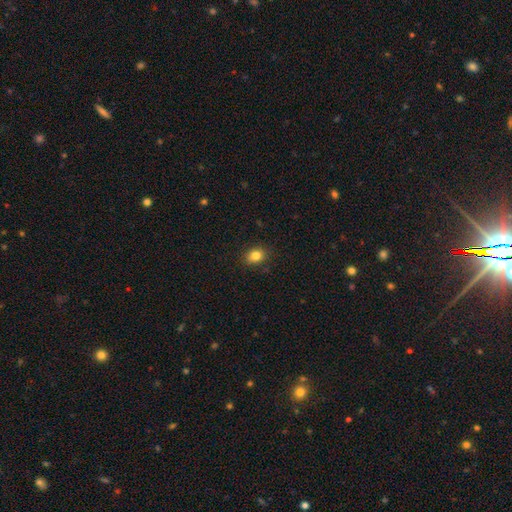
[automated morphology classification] smooth-or-featured: smooth: 83% | star or artifact: 11% | featured or disk: 6%
  how-rounded: in between: 53% | round: 46% | cigar-shaped: 1%
  merging: none: 88% | minor disturbance: 9% | major disturbance: 2% | merger: 1%